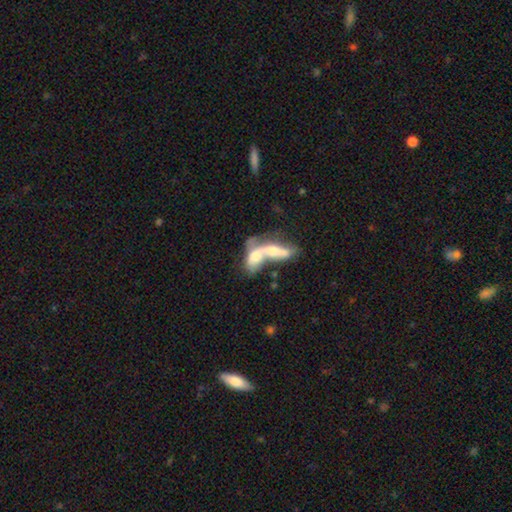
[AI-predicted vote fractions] Overall: smooth (52%; featured or disk 40%). How rounded: in between (71%). Merging: merger (79%).